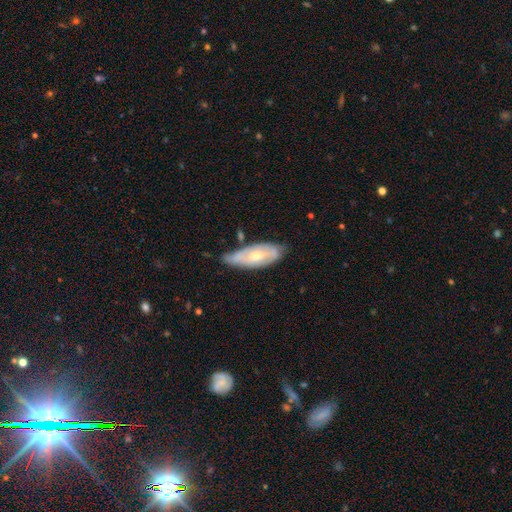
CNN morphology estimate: Q: Smooth or featured?
A: featured or disk (56%); runner-up: smooth (38%)
Q: Edge-on disk?
A: no (81%); runner-up: yes (19%)
Q: Merging?
A: none (54%); runner-up: minor disturbance (32%)